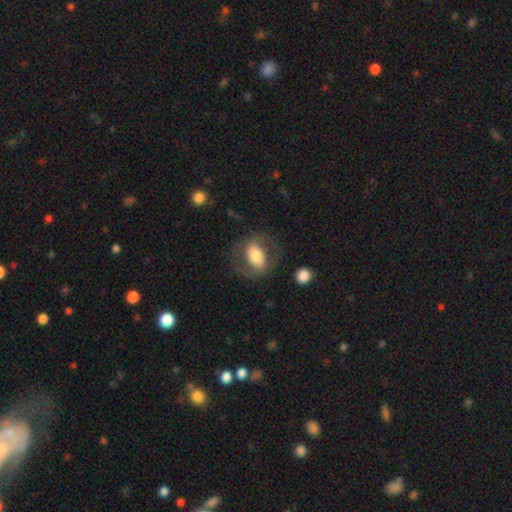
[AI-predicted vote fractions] Morphology: type=featured or disk (48%); merging=none (70%).